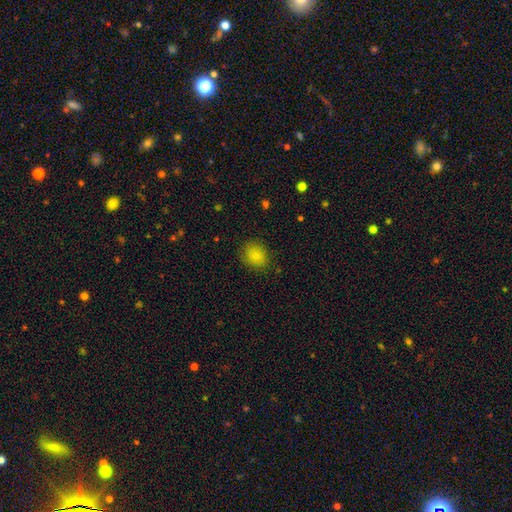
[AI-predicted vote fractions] Overall: smooth (85%). How rounded: round (69%; in between 30%). Merging: none (85%).